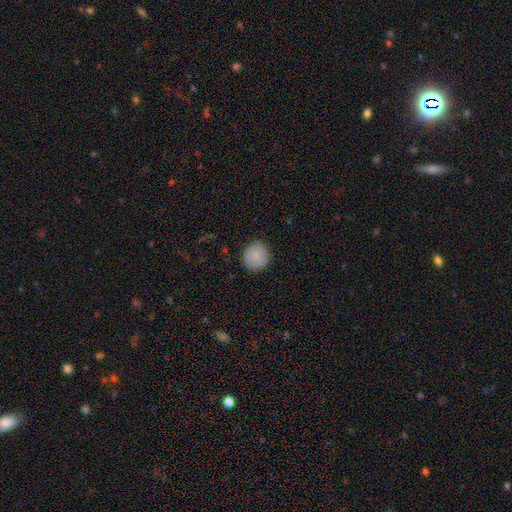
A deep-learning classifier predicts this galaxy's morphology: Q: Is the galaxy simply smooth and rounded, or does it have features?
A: smooth — 82%.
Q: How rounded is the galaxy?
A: round — 87%.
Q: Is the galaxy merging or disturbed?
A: none — 85%.